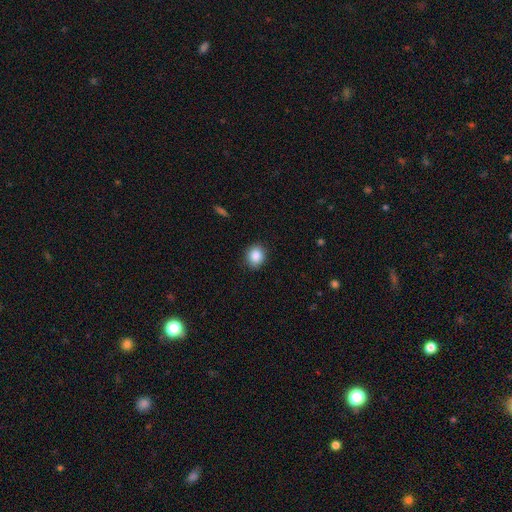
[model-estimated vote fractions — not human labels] A smooth galaxy with no disk features (88%) that is round (74%). Merging: none (88%).